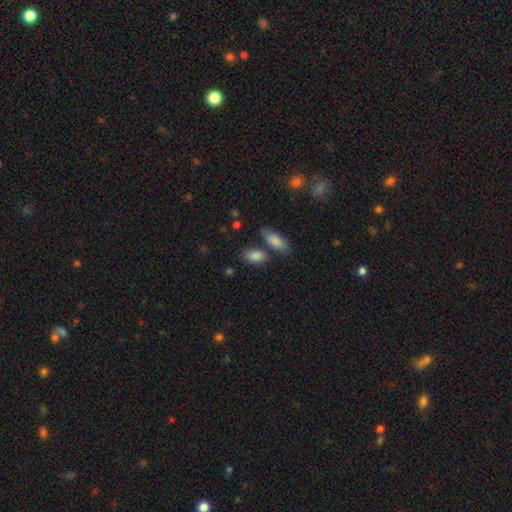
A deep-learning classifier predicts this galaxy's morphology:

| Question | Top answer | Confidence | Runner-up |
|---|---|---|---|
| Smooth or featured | smooth | 86% | star or artifact (7%) |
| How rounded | in between | 88% | round (7%) |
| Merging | none | 64% | merger (18%) |